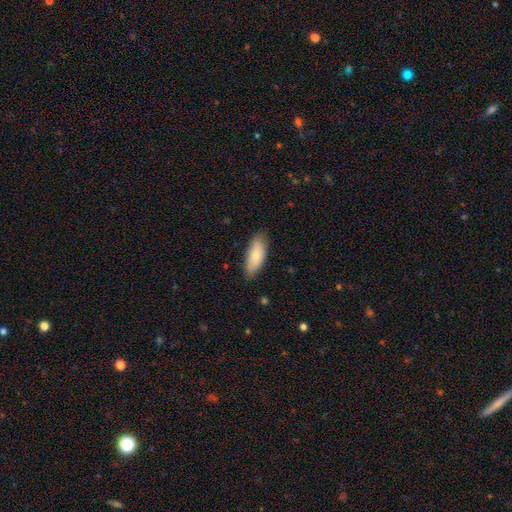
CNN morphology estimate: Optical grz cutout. It shows a smooth galaxy with no disk features (81%) that is in between round and cigar-shaped (78%). Merging: none (81%).